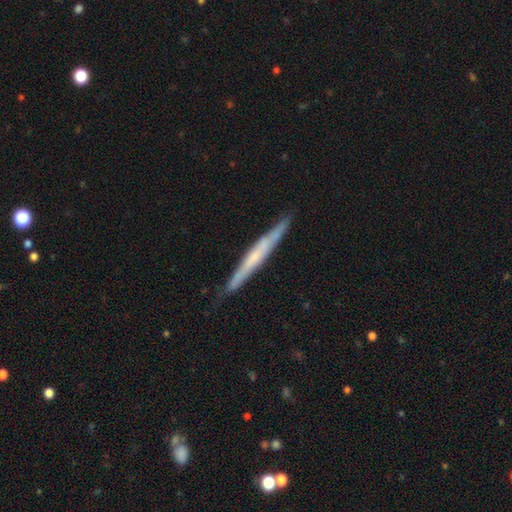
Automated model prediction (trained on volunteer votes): A featured or disk galaxy (61%) viewed edge-on (94%) with no central bulge (63%).

Vote fractions:
- Smooth or featured? featured or disk: 61% / smooth: 33% / star or artifact: 6%
- Edge-on disk? yes: 94% / no: 6%
- Edge-on bulge? none: 63% / rounded: 25% / boxy: 12%
- Merging? none: 86% / minor disturbance: 11% / major disturbance: 2% / merger: 1%